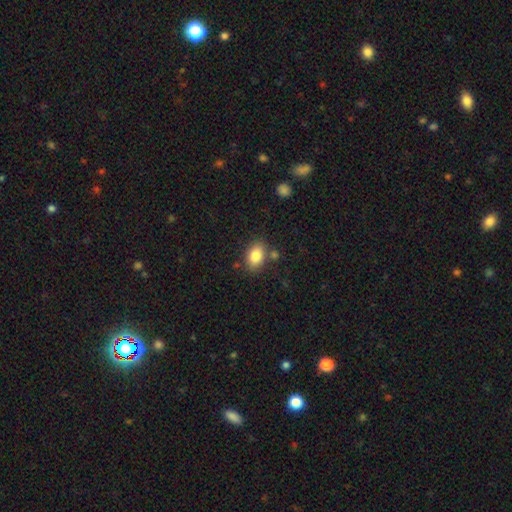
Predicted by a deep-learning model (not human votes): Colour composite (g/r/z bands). It shows a smooth galaxy with no disk features (84%) that is in between round and cigar-shaped (81%). Merging: none (76%).